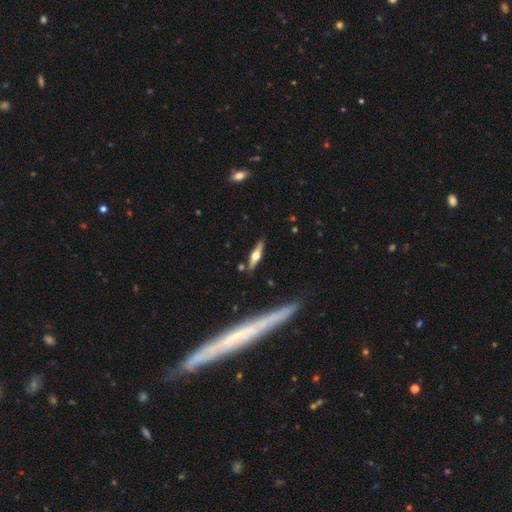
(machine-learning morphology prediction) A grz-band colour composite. It shows a featured or disk galaxy (58%) viewed edge-on (93%) with a rounded central bulge (94%). Merging: none (85%).